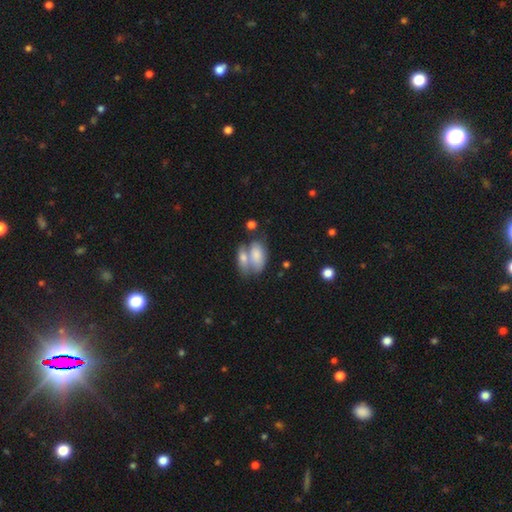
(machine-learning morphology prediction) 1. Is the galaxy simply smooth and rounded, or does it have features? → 74% smooth, 19% featured or disk, 7% star or artifact.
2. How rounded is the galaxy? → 90% in between, 7% round, 3% cigar-shaped.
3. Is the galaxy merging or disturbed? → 58% merger, 23% none, 12% minor disturbance, 7% major disturbance.